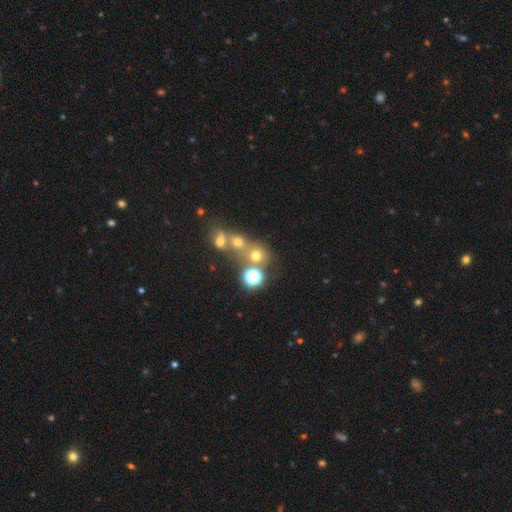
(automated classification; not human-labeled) Smooth or featured: smooth — 59% (star or artifact — 26%)
How rounded: round — 80% (in between — 19%)
Merging: none — 47% (merger — 39%)